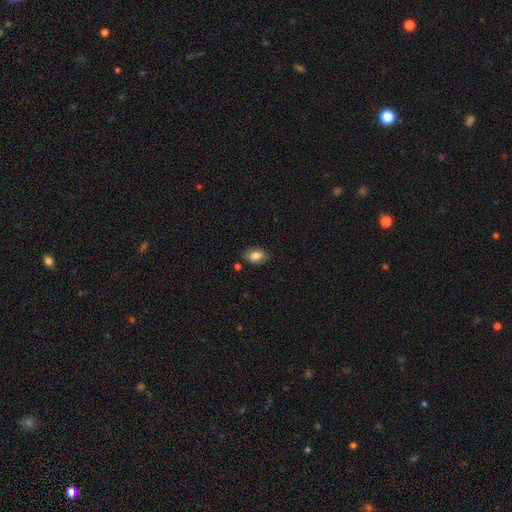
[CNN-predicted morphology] smooth_or_featured: smooth (p=0.82) [alt: featured or disk p=0.10]
how_rounded: in between (p=0.87) [alt: round p=0.11]
merging: none (p=0.82) [alt: minor disturbance p=0.13]